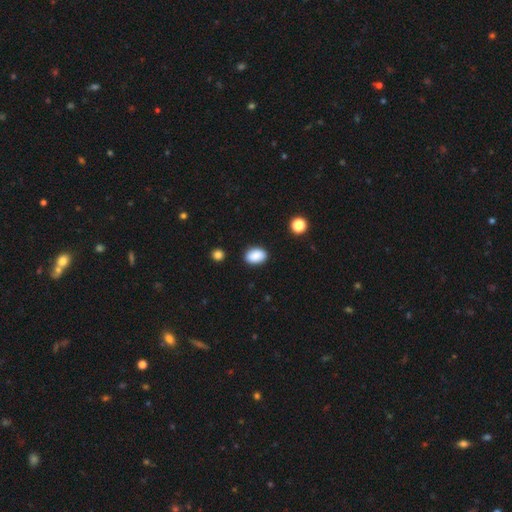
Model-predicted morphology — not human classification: This is clearly a smooth galaxy (89%). How rounded: clearly in between (86%). Merging: clearly none (87%).